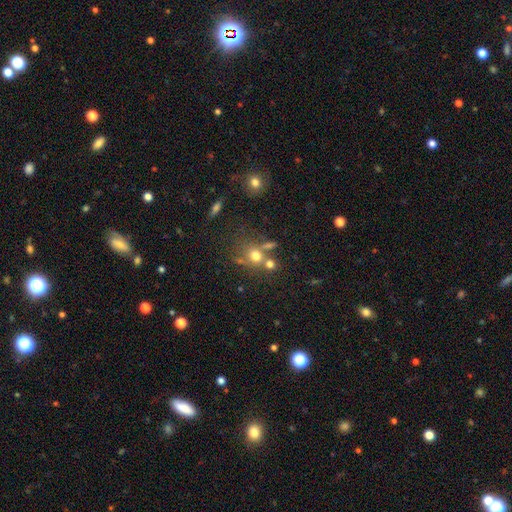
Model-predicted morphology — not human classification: Smooth or featured? smooth (67%)
How rounded? round (77%)
Merging? none (50%)